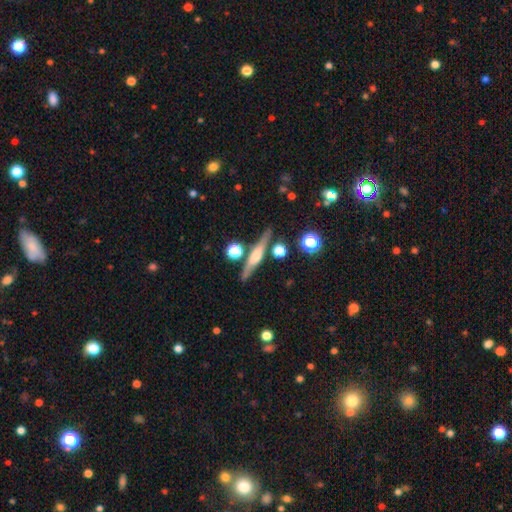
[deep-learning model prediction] Q: Smooth or featured?
A: featured or disk (65%); runner-up: smooth (27%)
Q: Edge-on disk?
A: yes (95%); runner-up: no (5%)
Q: Edge-on bulge?
A: rounded (74%); runner-up: boxy (17%)
Q: Merging?
A: none (81%); runner-up: minor disturbance (10%)